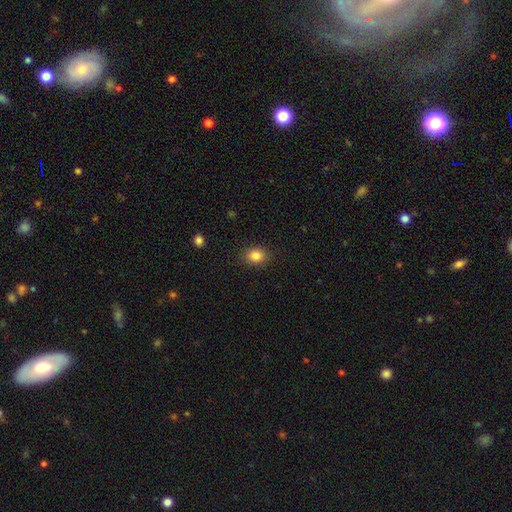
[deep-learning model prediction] Q: Smooth or featured?
A: smooth (85%); runner-up: star or artifact (10%)
Q: How rounded?
A: round (52%); runner-up: in between (47%)
Q: Merging?
A: none (87%); runner-up: minor disturbance (9%)